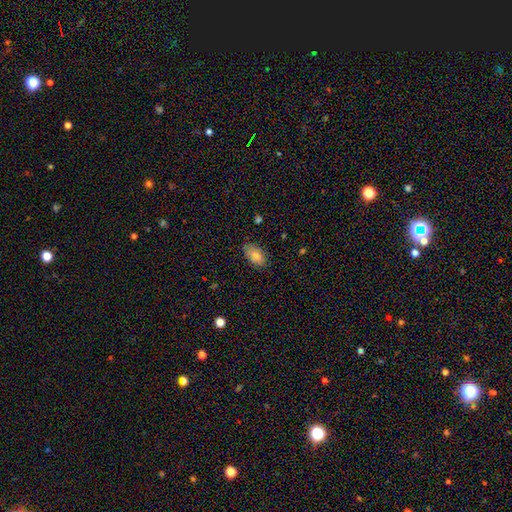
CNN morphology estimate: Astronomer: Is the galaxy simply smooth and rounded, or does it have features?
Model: smooth — 78%.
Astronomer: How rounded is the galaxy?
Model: in between — 92%.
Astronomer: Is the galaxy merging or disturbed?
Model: none — 80%.